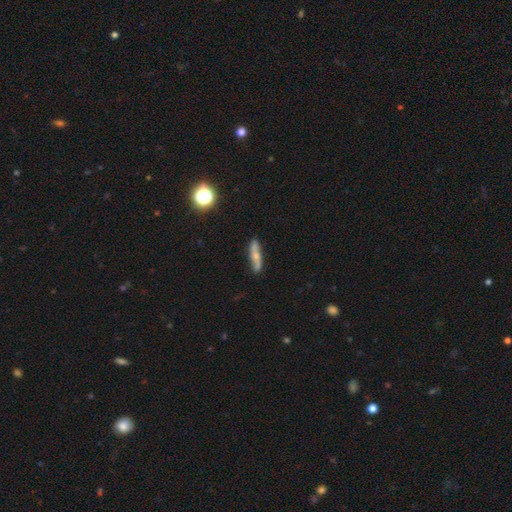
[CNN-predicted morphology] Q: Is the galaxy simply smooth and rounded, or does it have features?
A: smooth — 48%.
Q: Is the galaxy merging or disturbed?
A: none — 81%.